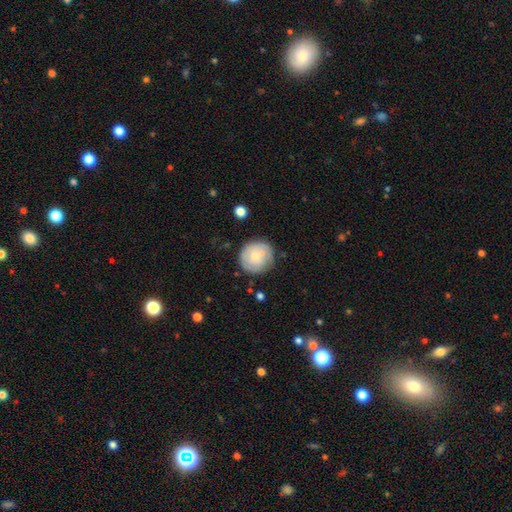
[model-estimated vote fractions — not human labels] smooth-or-featured: smooth: 53% | featured or disk: 40% | star or artifact: 7%
  how-rounded: round: 90% | in between: 9% | cigar-shaped: 1%
  merging: none: 71% | minor disturbance: 17% | merger: 6% | major disturbance: 5%